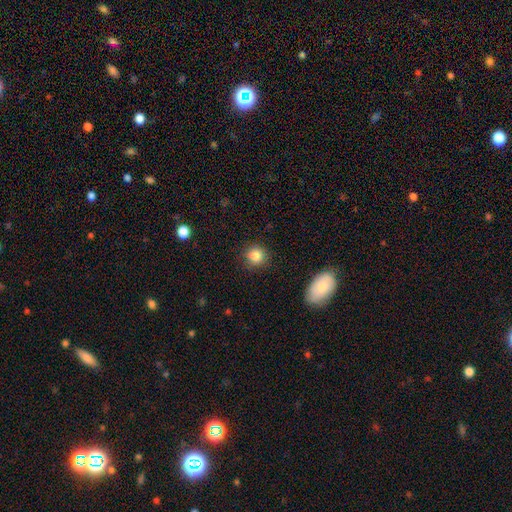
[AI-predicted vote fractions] Smooth or featured? smooth (86%)
How rounded? round (88%)
Merging? none (86%)